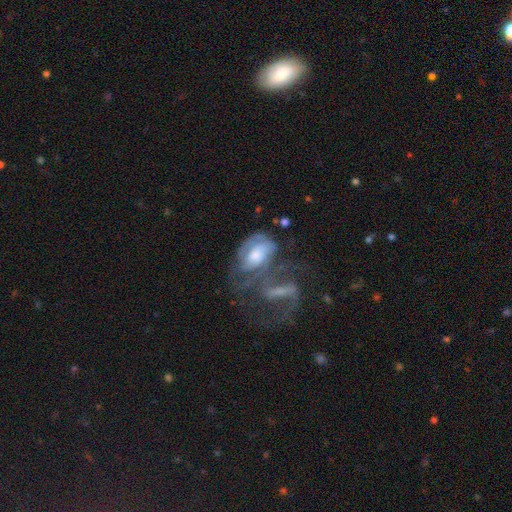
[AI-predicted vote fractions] featured or disk 65%, smooth 27%, star or artifact 8%. Down the decision tree: edge-on disk — no (94%); bar — no (60%); spiral arms — yes (65%); bulge size — moderate (45%); merging — merger (38%).